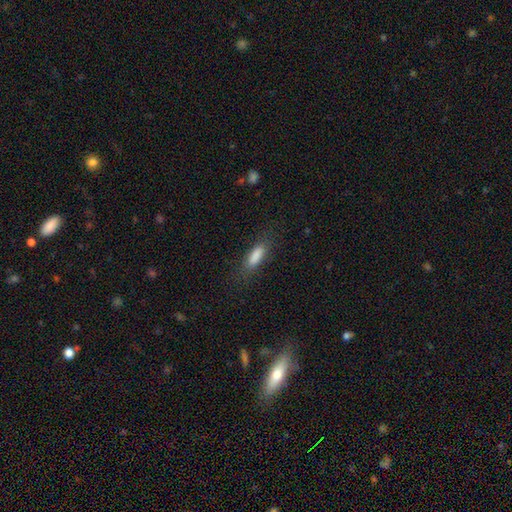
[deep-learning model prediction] smooth_or_featured: smooth (p=0.82) [alt: featured or disk p=0.09]
how_rounded: in between (p=0.52) [alt: cigar-shaped p=0.46]
merging: none (p=0.78) [alt: minor disturbance p=0.14]